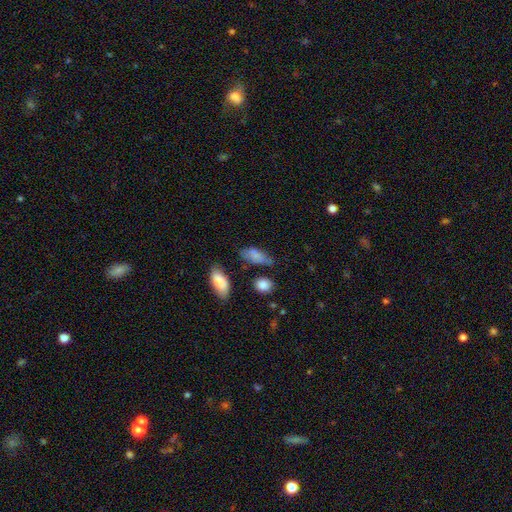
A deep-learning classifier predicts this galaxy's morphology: type=smooth (78%); roundness=in between (85%); merging=none (56%).